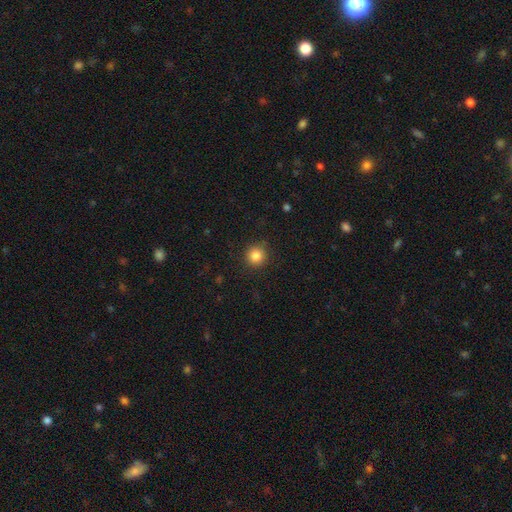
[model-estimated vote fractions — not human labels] The model was most divided on "smooth or featured": smooth: 85%, star or artifact: 11%, featured or disk: 4%. More confident: how rounded — round (95%); merging — none (91%).